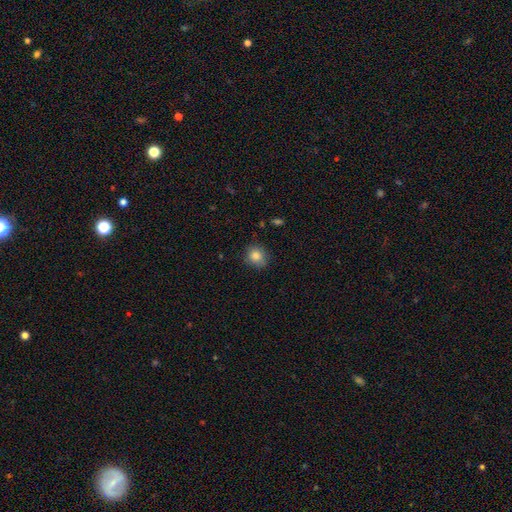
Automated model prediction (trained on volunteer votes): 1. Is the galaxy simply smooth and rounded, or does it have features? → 85% smooth, 10% star or artifact, 6% featured or disk.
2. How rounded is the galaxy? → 79% round, 20% in between, 1% cigar-shaped.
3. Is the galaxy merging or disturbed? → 77% none, 17% minor disturbance, 4% major disturbance, 2% merger.